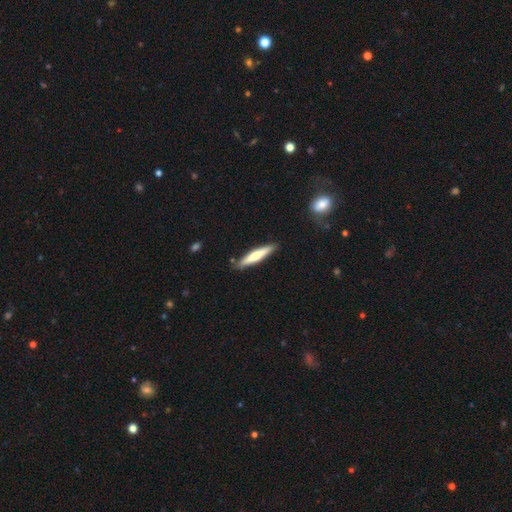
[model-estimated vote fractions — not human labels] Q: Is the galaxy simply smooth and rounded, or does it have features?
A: smooth — 56%.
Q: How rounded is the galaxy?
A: cigar-shaped — 90%.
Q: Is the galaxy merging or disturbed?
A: none — 87%.